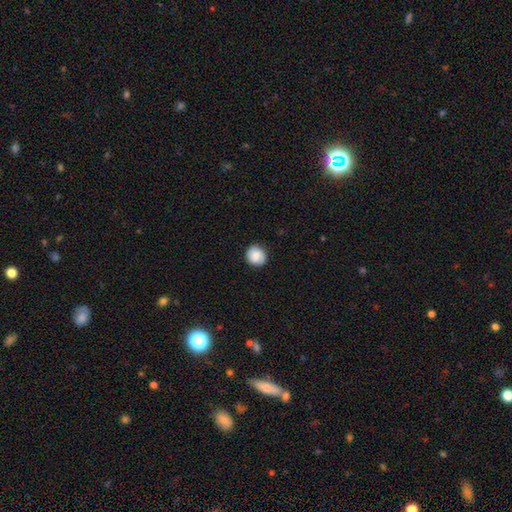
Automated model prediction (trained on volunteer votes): Morphology: type=smooth (81%); roundness=round (86%); merging=none (87%).